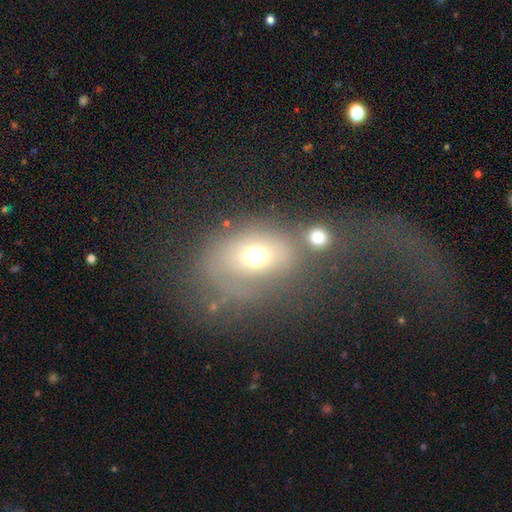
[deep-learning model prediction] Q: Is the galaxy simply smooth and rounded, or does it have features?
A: smooth — 61%.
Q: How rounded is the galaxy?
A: in between — 55%.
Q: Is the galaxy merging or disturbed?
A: none — 40%.